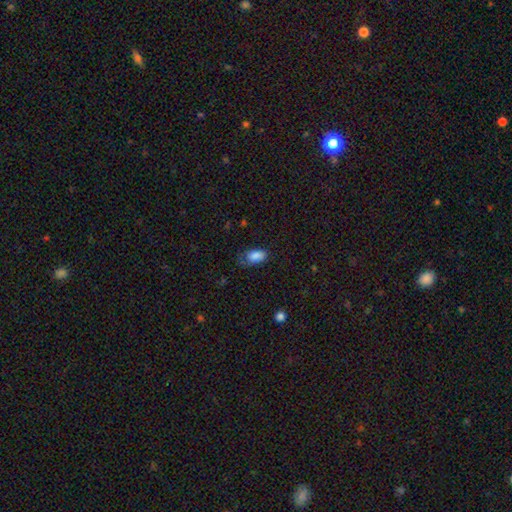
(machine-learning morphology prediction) Smooth or featured? Predicted: smooth (p=0.84). How rounded? Predicted: in between (p=0.92). Merging? Predicted: none (p=0.51).